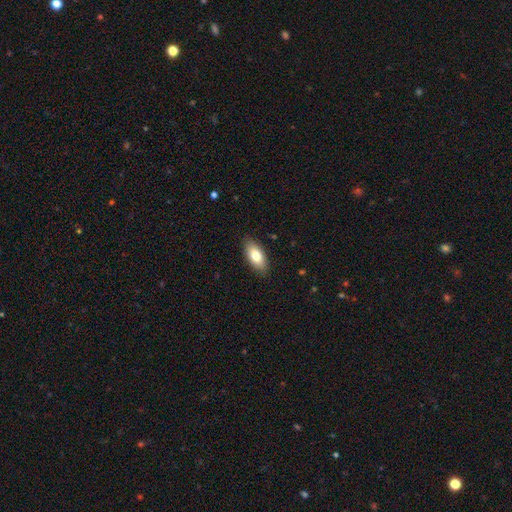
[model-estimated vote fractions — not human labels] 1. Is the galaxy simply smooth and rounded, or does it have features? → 79% smooth, 15% featured or disk, 6% star or artifact.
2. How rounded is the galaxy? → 90% in between, 8% cigar-shaped, 3% round.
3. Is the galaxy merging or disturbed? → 88% none, 9% minor disturbance, 2% major disturbance, 1% merger.